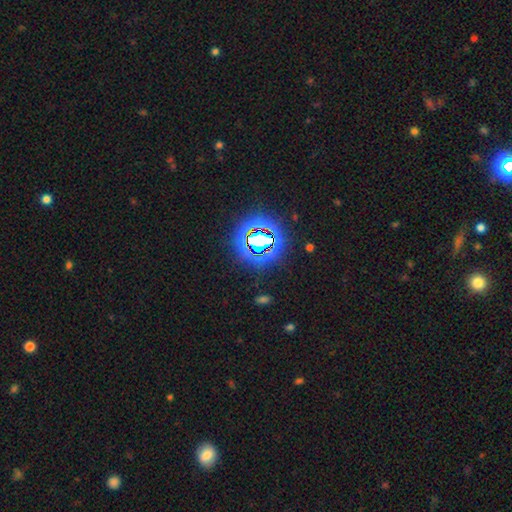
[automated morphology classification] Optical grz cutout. It shows a star or artifact, not a galaxy (82%).